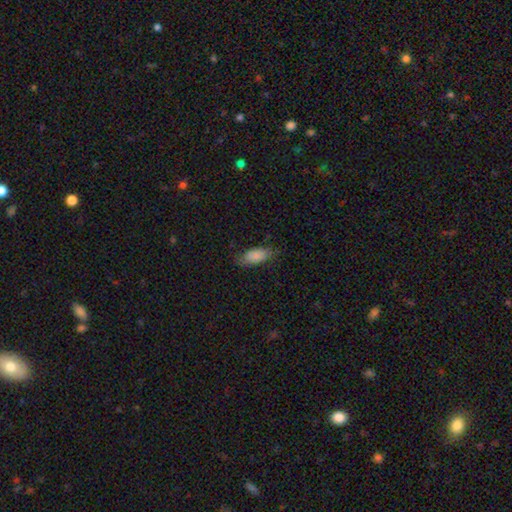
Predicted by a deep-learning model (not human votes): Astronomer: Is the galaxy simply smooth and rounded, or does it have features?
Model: smooth — 83%.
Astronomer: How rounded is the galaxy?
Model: in between — 89%.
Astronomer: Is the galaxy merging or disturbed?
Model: none — 69%.